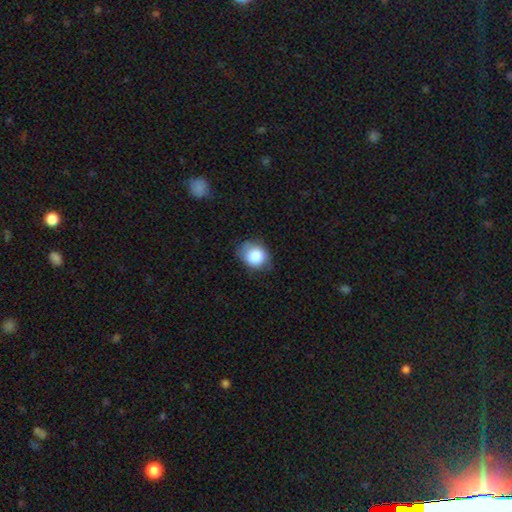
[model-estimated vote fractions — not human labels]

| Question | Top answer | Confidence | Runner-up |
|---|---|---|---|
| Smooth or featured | smooth | 82% | featured or disk (10%) |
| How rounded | round | 51% | in between (48%) |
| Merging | none | 65% | minor disturbance (27%) |